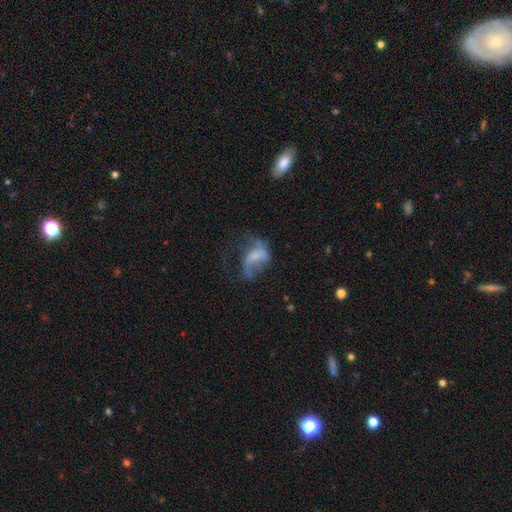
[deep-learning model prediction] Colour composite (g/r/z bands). It shows a featured or disk galaxy (52%) with no bar (61%), no spiral arms (52%) and no central bulge (46%). Merging: major disturbance (48%).